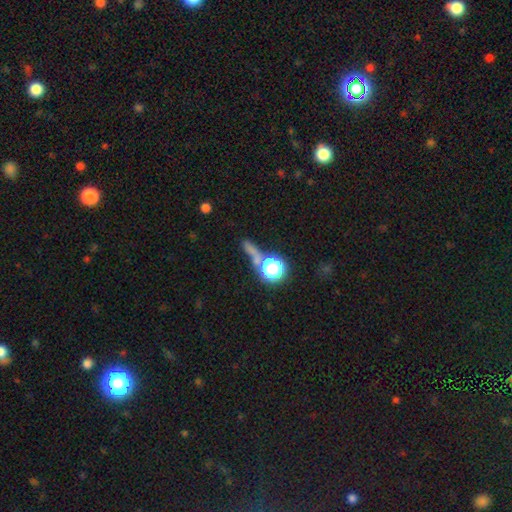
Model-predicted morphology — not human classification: Smooth or featured: smooth — 55% (star or artifact — 32%)
How rounded: round — 47% (cigar-shaped — 31%)
Merging: none — 53% (merger — 22%)